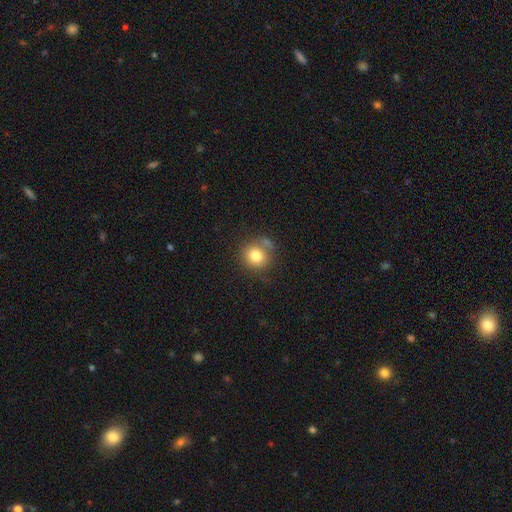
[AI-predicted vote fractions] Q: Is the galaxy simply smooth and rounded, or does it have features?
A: smooth — 80%.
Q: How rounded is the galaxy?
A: round — 87%.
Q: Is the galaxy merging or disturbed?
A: none — 64%.